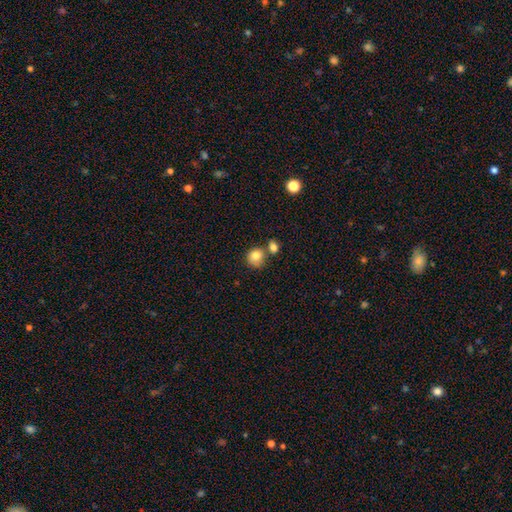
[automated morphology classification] Smooth or featured? Predicted: smooth (p=0.81). How rounded? Predicted: round (p=0.82). Merging? Predicted: none (p=0.55).